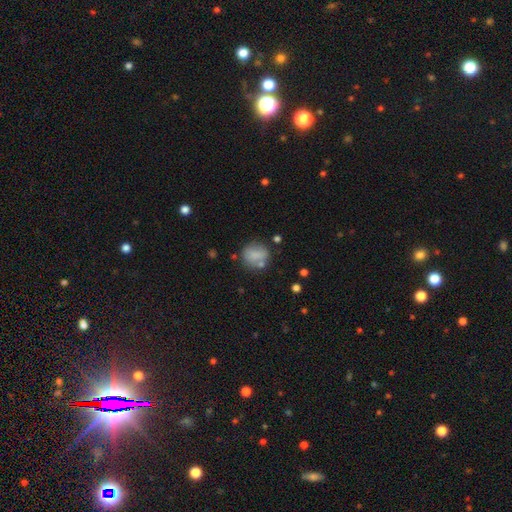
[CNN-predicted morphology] Smooth or featured?
  - smooth: 77% *
  - featured or disk: 14%
  - star or artifact: 9%
How rounded?
  - round: 75% *
  - in between: 23%
  - cigar-shaped: 1%
Merging?
  - none: 64% *
  - minor disturbance: 19%
  - merger: 10%
  - major disturbance: 7%